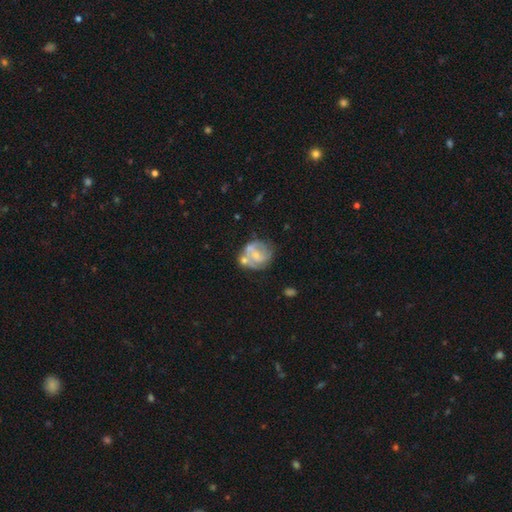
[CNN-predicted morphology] The model was most divided on "bulge size": small: 47%, moderate: 27%, none: 21%, large: 3%, dominant: 1%. Remaining: edge-on disk — no (98%); smooth or featured — featured or disk (65%); spiral arms — yes (64%); bar — no (57%); merging — none (45%).